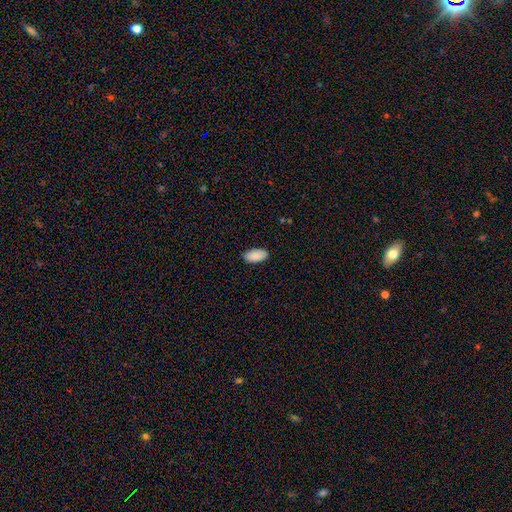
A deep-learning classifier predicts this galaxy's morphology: smooth-or-featured: smooth: 90% | star or artifact: 6% | featured or disk: 3%
  how-rounded: in between: 95% | cigar-shaped: 3% | round: 2%
  merging: none: 88% | minor disturbance: 9% | major disturbance: 2% | merger: 1%